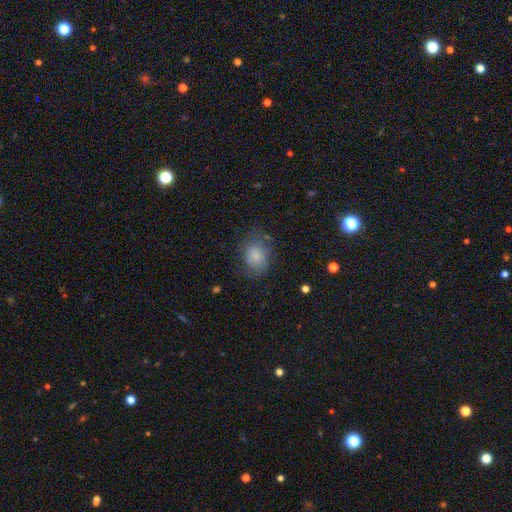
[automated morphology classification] smooth-or-featured: smooth: 79% | featured or disk: 13% | star or artifact: 8%
  how-rounded: in between: 51% | round: 48% | cigar-shaped: 1%
  merging: none: 63% | minor disturbance: 24% | major disturbance: 11% | merger: 2%